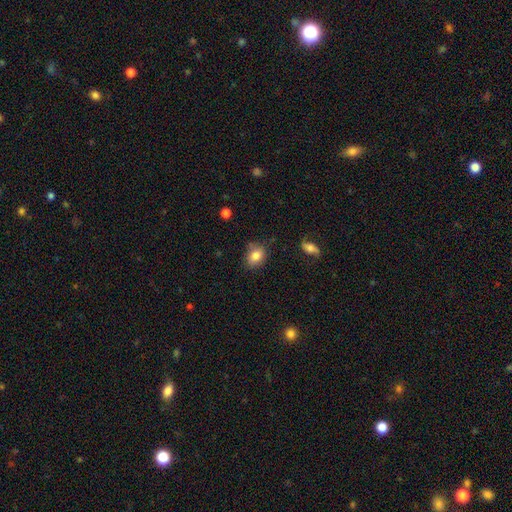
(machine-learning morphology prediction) The model was most divided on "how rounded": in between: 58%, round: 41%, cigar-shaped: 1%. More confident: smooth or featured — smooth (82%); merging — none (74%).